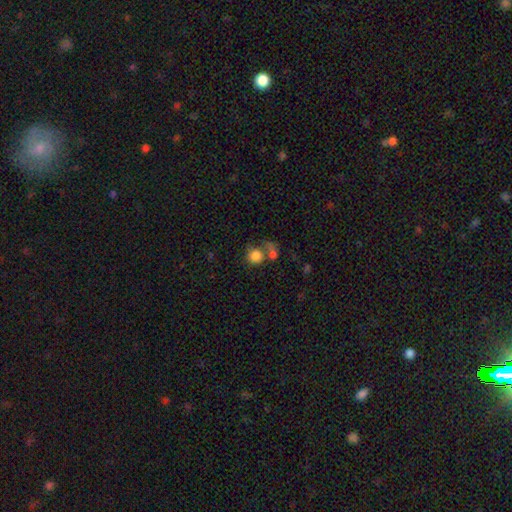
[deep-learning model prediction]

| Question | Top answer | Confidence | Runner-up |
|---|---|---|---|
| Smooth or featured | smooth | 81% | star or artifact (10%) |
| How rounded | round | 85% | in between (14%) |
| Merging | none | 44% | merger (37%) |